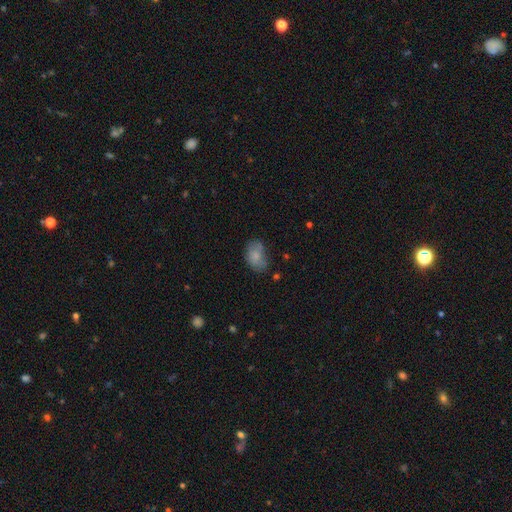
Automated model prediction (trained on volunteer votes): Smooth or featured? smooth (78%)
How rounded? in between (83%)
Merging? none (56%)